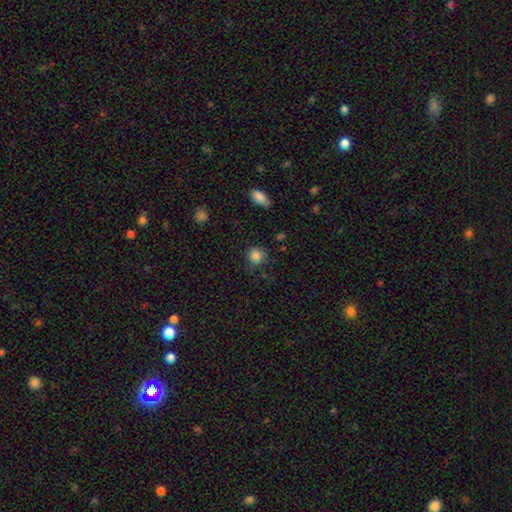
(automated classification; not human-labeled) smooth-or-featured: smooth: 84% | star or artifact: 10% | featured or disk: 5%
  how-rounded: round: 87% | in between: 12% | cigar-shaped: 1%
  merging: none: 73% | minor disturbance: 18% | major disturbance: 6% | merger: 2%